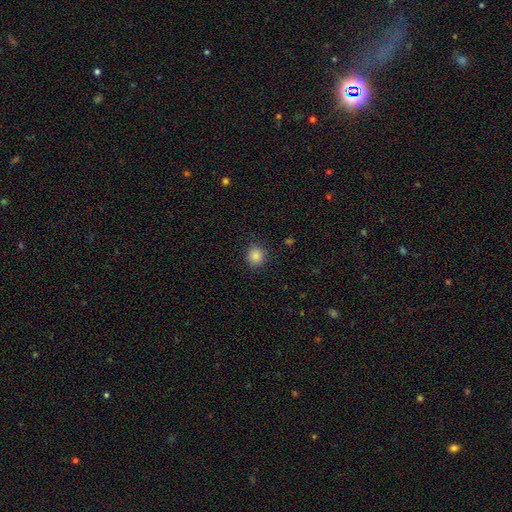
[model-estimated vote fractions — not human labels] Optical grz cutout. It shows a smooth galaxy with no disk features (86%) that is round (82%). Merging: none (87%).